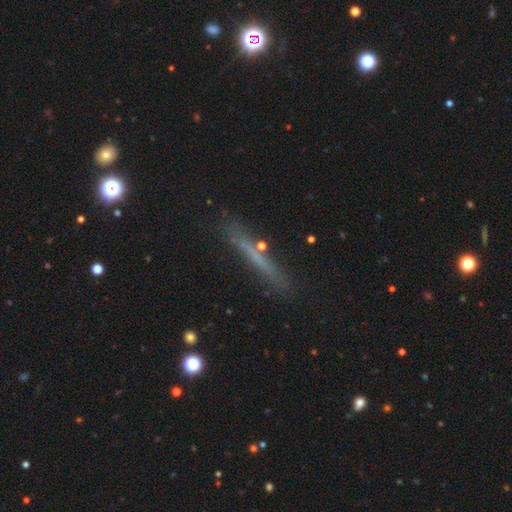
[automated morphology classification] featured or disk 46%, smooth 43%, star or artifact 11%. Down the decision tree: merging — none (82%).